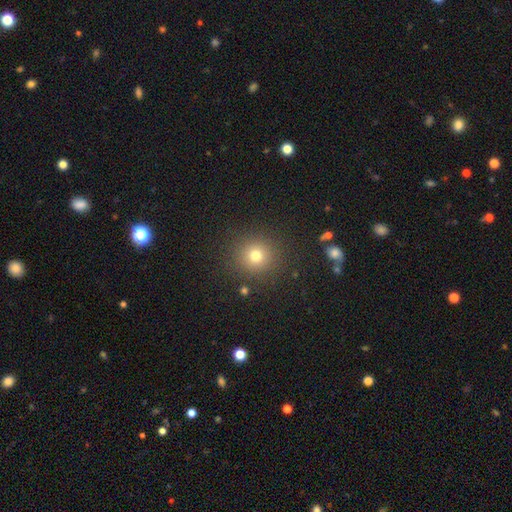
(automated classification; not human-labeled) Overall: smooth (75%). How rounded: round (91%). Merging: none (88%).